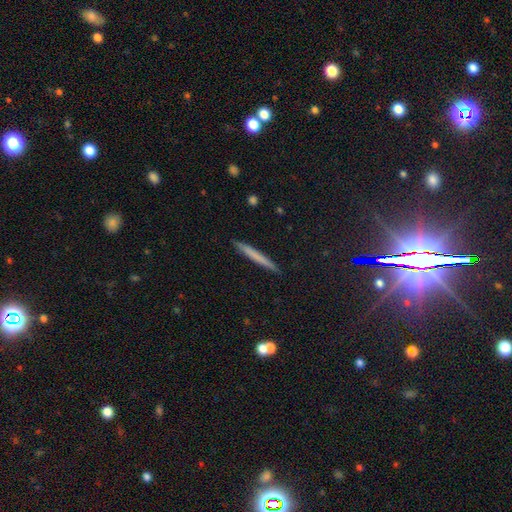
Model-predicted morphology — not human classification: A smooth galaxy with no disk features (63%) that is cigar-shaped (97%).

Vote fractions:
- Smooth or featured? smooth: 63% / featured or disk: 29% / star or artifact: 8%
- How rounded? cigar-shaped: 97% / in between: 2% / round: 1%
- Merging? none: 91% / minor disturbance: 7% / major disturbance: 1% / merger: 1%